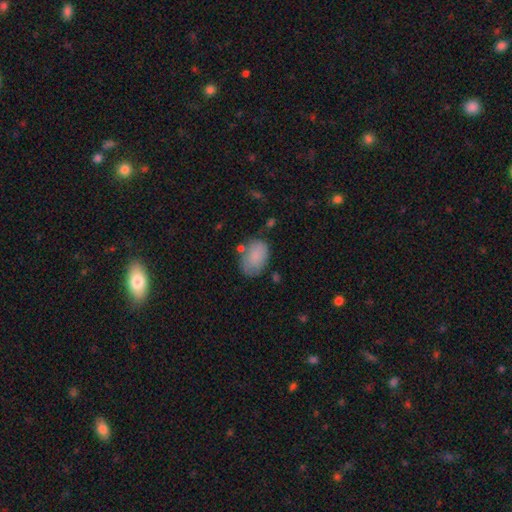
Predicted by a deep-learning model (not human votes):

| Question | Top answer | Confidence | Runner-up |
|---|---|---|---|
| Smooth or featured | smooth | 85% | featured or disk (8%) |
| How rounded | in between | 83% | round (16%) |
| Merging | none | 65% | minor disturbance (22%) |